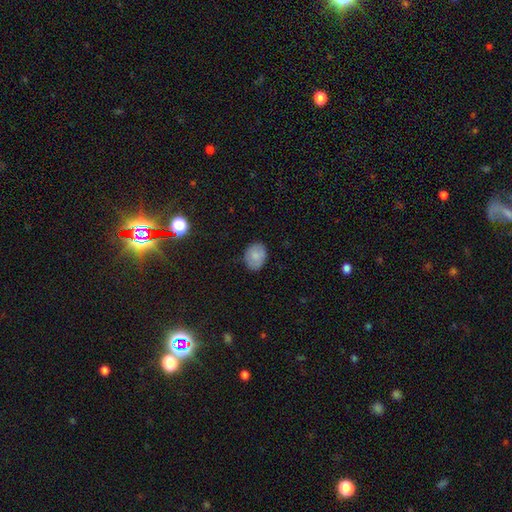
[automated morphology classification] The model was most divided on "how rounded": in between: 56%, round: 43%, cigar-shaped: 1%. More confident: smooth or featured — smooth (81%); merging — none (79%).